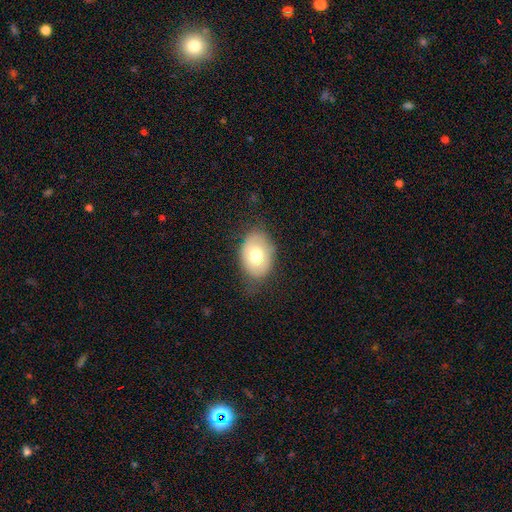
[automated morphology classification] Smooth or featured? smooth (67%)
How rounded? in between (79%)
Merging? none (70%)